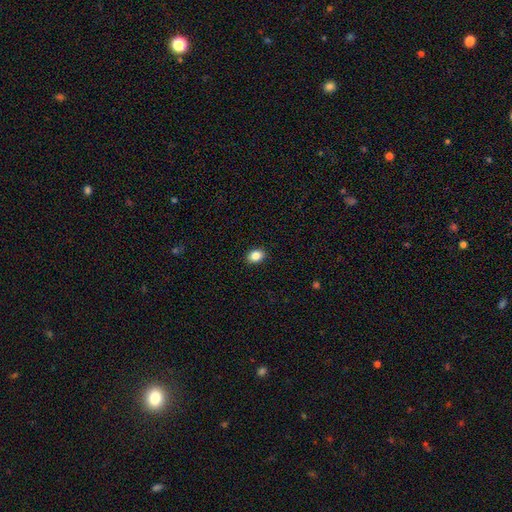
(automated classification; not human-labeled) Smooth or featured? Predicted: smooth (p=0.86). How rounded? Predicted: in between (p=0.67). Merging? Predicted: none (p=0.90).